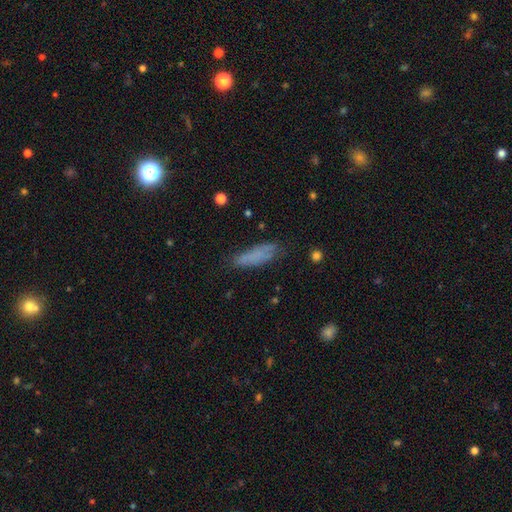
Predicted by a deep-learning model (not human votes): This appears to be a smooth galaxy with no disk features (74%) that is cigar-shaped (58%). Merging: none (68%).